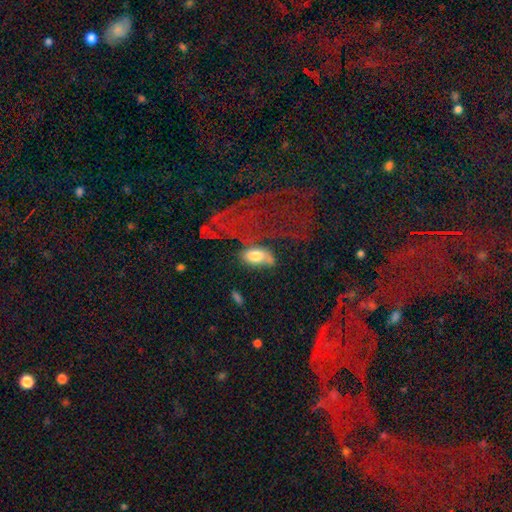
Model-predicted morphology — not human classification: Smooth or featured: smooth — 69% (featured or disk — 22%)
How rounded: in between — 89% (round — 6%)
Merging: none — 39% (minor disturbance — 26%)